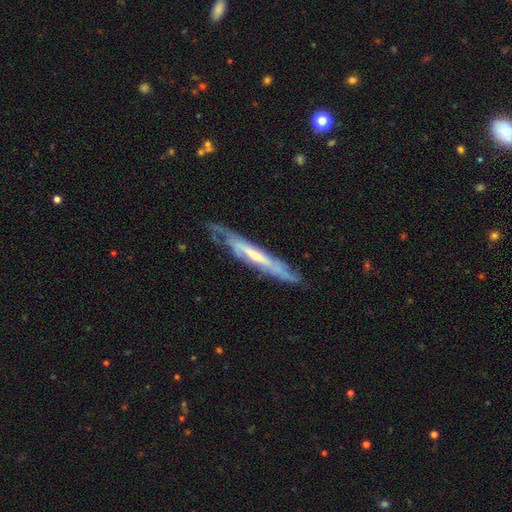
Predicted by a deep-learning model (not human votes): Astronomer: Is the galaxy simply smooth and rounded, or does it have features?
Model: featured or disk — 77%.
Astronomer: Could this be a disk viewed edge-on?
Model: yes — 65%.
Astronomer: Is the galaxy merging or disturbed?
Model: none — 69%.